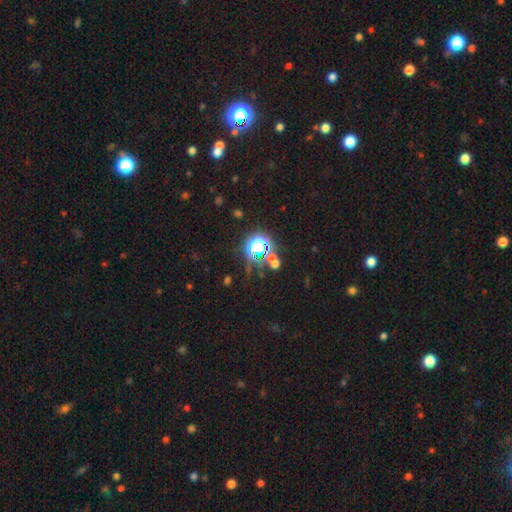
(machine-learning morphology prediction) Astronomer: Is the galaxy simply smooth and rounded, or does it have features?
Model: star or artifact — 76%.